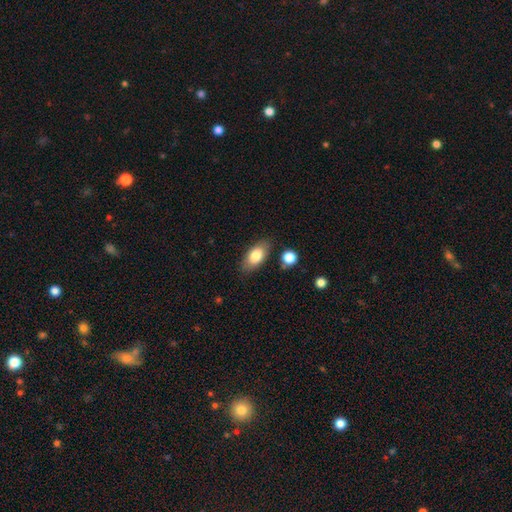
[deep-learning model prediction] smooth_or_featured: smooth (p=0.80) [alt: featured or disk p=0.13]
how_rounded: in between (p=0.89) [alt: cigar-shaped p=0.06]
merging: none (p=0.81) [alt: minor disturbance p=0.12]